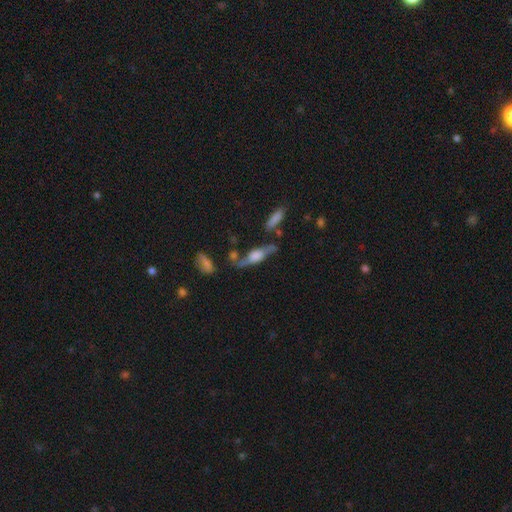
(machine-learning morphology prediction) A featured or disk galaxy (69%) viewed edge-on (68%).

Vote fractions:
- Smooth or featured? featured or disk: 69% / smooth: 22% / star or artifact: 8%
- Edge-on disk? yes: 68% / no: 32%
- Merging? none: 63% / minor disturbance: 19% / merger: 9% / major disturbance: 9%